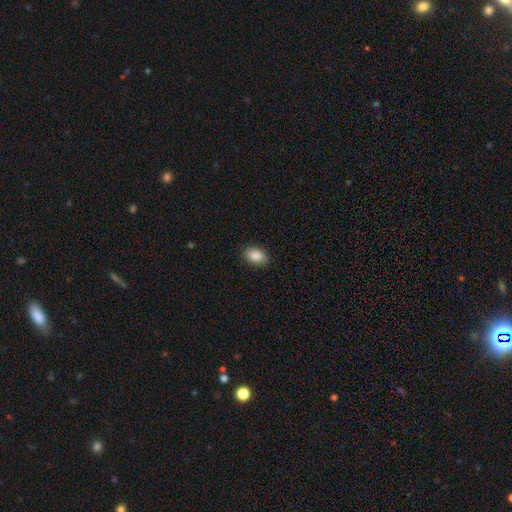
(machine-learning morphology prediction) Smooth or featured?
  - smooth: 88% *
  - star or artifact: 7%
  - featured or disk: 4%
How rounded?
  - in between: 87% *
  - round: 11%
  - cigar-shaped: 1%
Merging?
  - none: 88% *
  - minor disturbance: 9%
  - major disturbance: 2%
  - merger: 1%